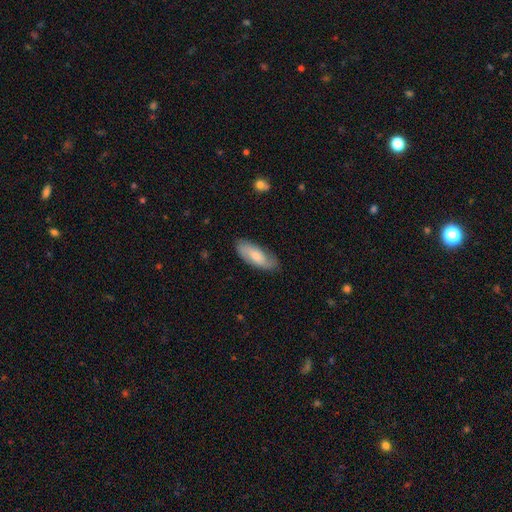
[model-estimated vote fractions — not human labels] Q: Smooth or featured?
A: smooth (63%); runner-up: featured or disk (31%)
Q: How rounded?
A: in between (76%); runner-up: cigar-shaped (22%)
Q: Merging?
A: none (79%); runner-up: minor disturbance (16%)